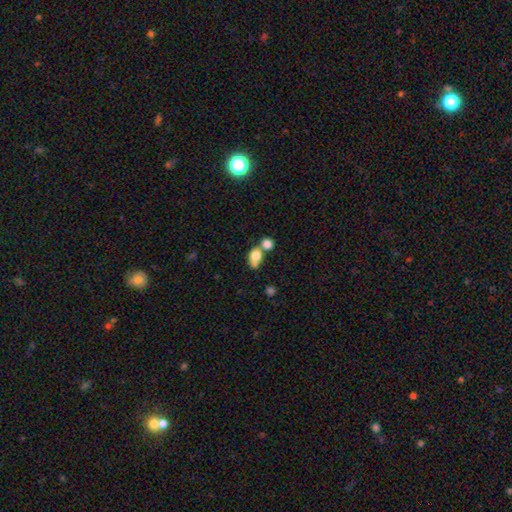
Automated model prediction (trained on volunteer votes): This appears to be a smooth galaxy with no disk features (77%) that is in between round and cigar-shaped (62%). Merging: merger (52%).